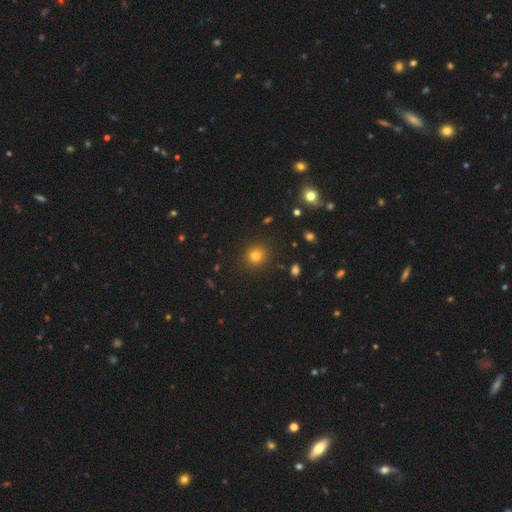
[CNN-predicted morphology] A smooth galaxy with no disk features (78%) that is round (88%).

Vote fractions:
- Smooth or featured? smooth: 78% / star or artifact: 15% / featured or disk: 7%
- How rounded? round: 88% / in between: 11% / cigar-shaped: 1%
- Merging? none: 89% / minor disturbance: 7% / major disturbance: 3% / merger: 2%